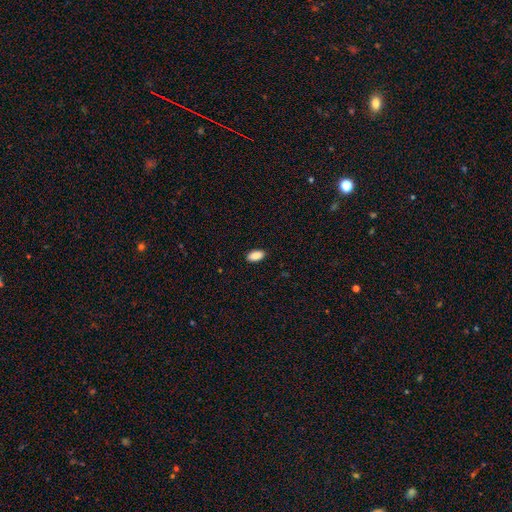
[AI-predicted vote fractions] Overall: smooth (90%). How rounded: in between (93%). Merging: none (90%).